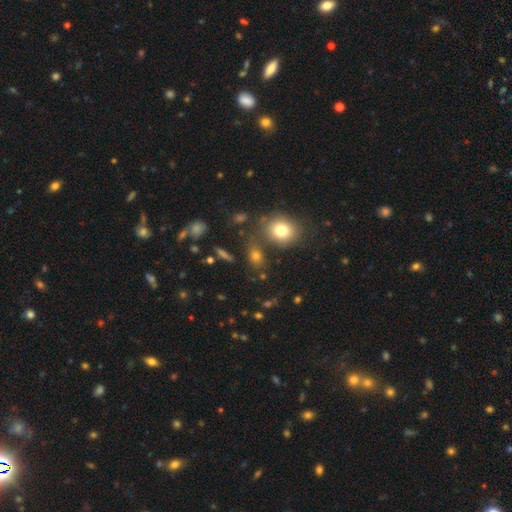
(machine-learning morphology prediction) Overall: smooth (67%). How rounded: in between (51%; round 45%). Merging: none (68%).